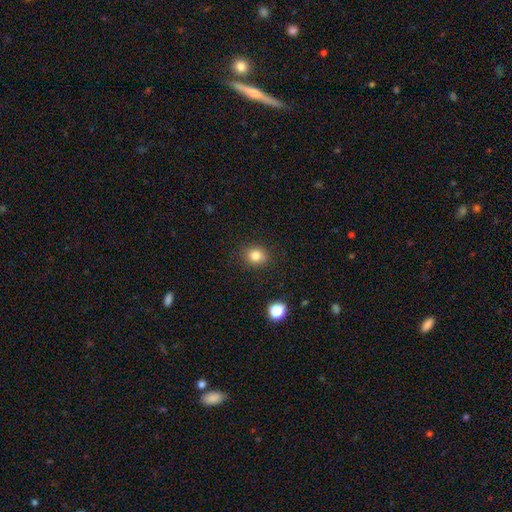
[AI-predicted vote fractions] smooth-or-featured: smooth: 82% | star or artifact: 12% | featured or disk: 6%
  how-rounded: round: 71% | in between: 28% | cigar-shaped: 1%
  merging: none: 87% | minor disturbance: 9% | major disturbance: 3% | merger: 1%